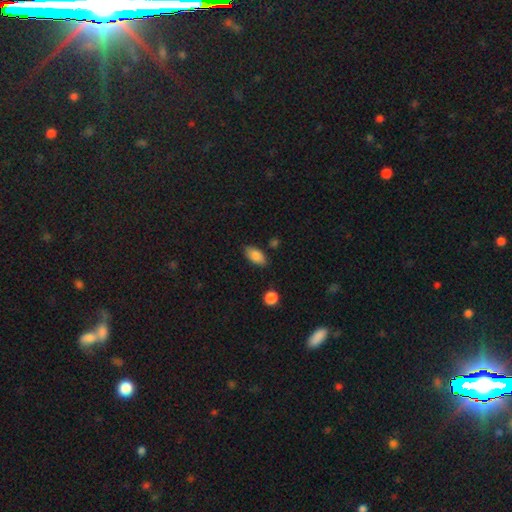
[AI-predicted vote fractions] Morphology: type=smooth (83%); roundness=in between (91%); merging=none (83%).